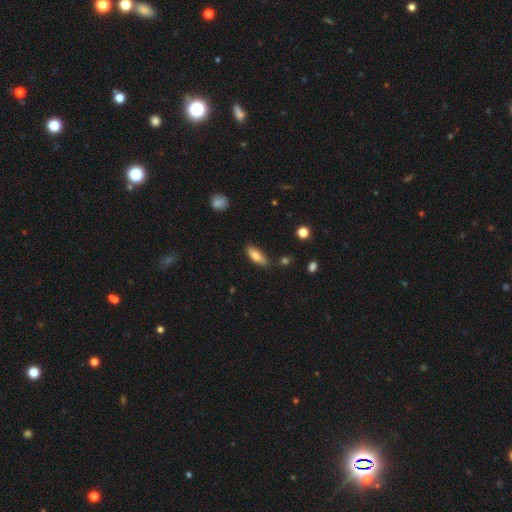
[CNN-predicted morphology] type=smooth (75%); roundness=in between (58%); merging=none (77%).